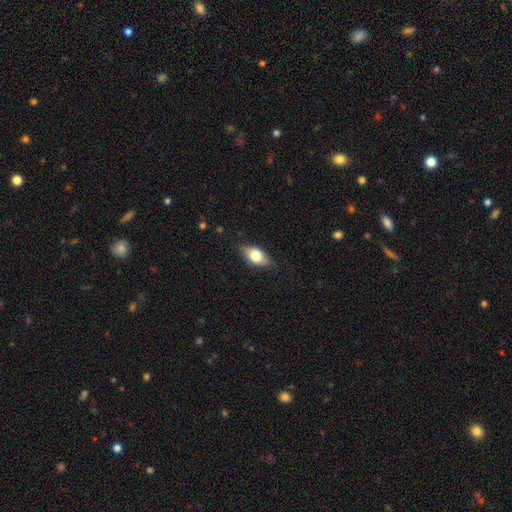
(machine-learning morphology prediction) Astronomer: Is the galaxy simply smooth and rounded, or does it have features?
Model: smooth — 69%.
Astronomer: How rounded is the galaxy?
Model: in between — 84%.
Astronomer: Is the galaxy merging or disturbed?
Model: none — 79%.